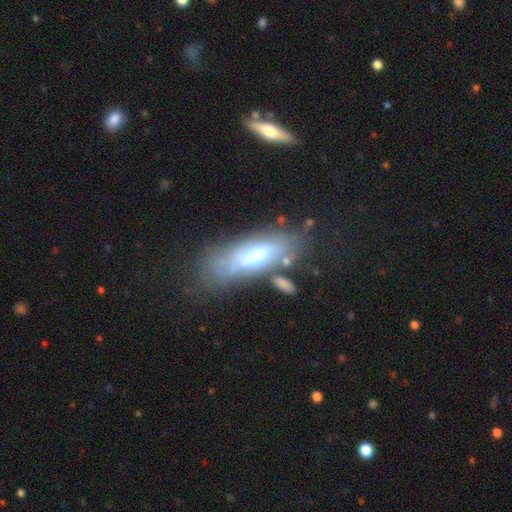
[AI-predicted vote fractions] featured or disk 57%, smooth 33%, star or artifact 9%. Down the decision tree: edge-on disk — no (66%); merging — none (60%).